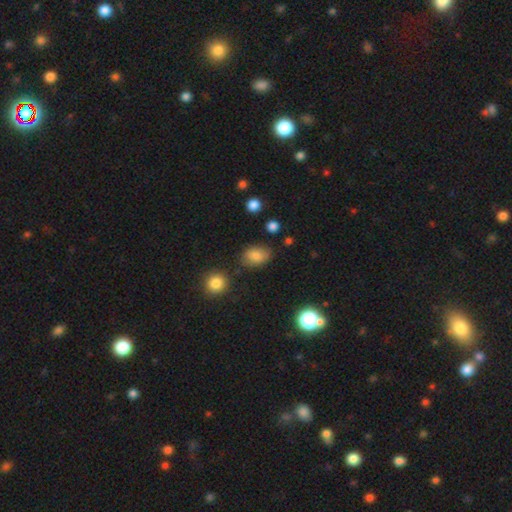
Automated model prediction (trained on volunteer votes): This is clearly a smooth galaxy (82%). How rounded: likely in between (80%). Merging: likely none (76%).